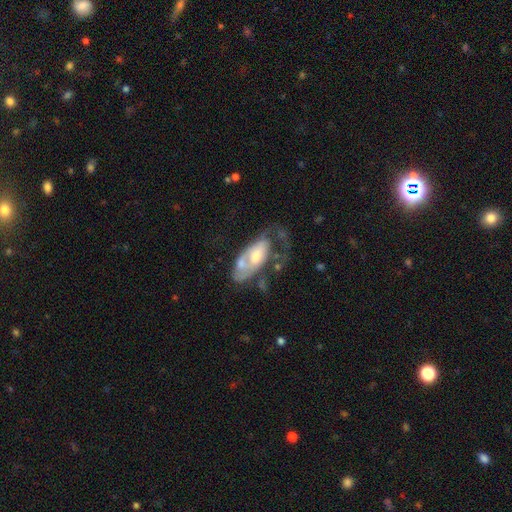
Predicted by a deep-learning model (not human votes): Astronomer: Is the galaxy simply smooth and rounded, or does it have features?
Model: featured or disk — 62%.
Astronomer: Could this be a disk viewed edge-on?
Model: no — 90%.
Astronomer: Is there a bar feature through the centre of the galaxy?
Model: no — 70%.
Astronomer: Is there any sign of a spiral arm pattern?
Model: yes — 56% (runner-up: no, 44%).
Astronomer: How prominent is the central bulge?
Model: moderate — 57%.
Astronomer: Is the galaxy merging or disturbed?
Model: major disturbance — 43% (runner-up: none, 22%).